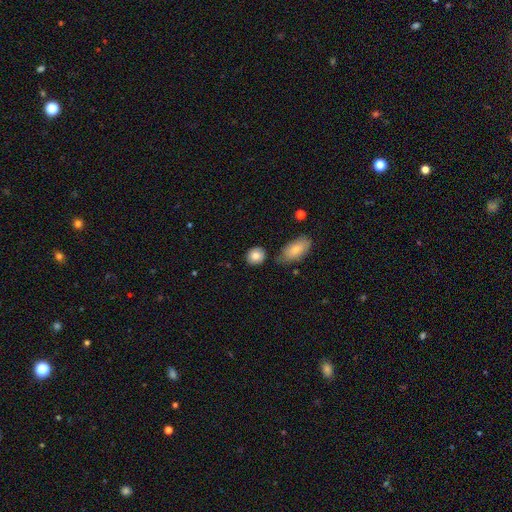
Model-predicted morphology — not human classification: Smooth or featured: smooth — 83% (featured or disk — 9%)
How rounded: round — 67% (in between — 32%)
Merging: none — 74% (minor disturbance — 14%)